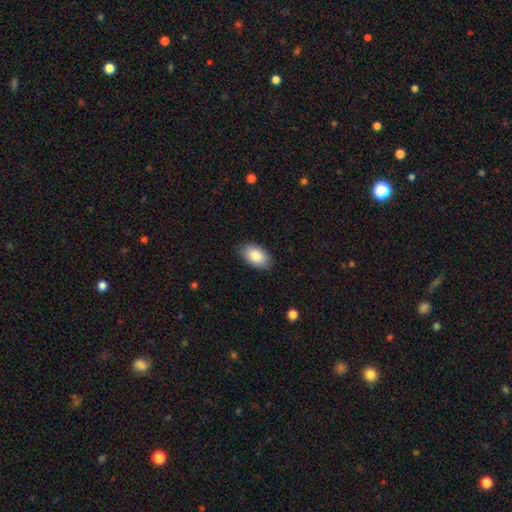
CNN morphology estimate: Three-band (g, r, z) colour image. It shows a smooth galaxy with no disk features (88%) that is in between round and cigar-shaped (95%). Merging: none (87%).